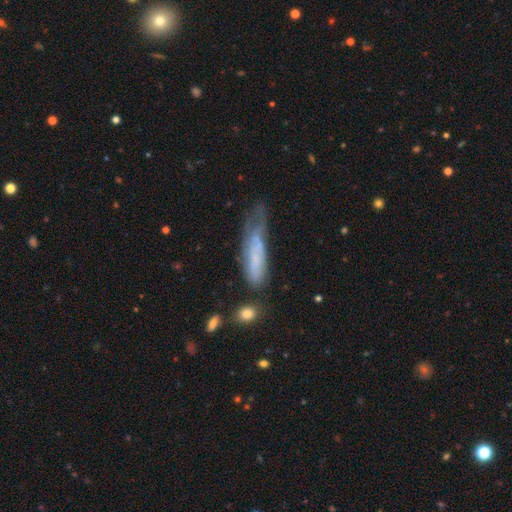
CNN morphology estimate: A smooth galaxy with no disk features (55%) that is cigar-shaped (73%). Merging: minor disturbance (35%).